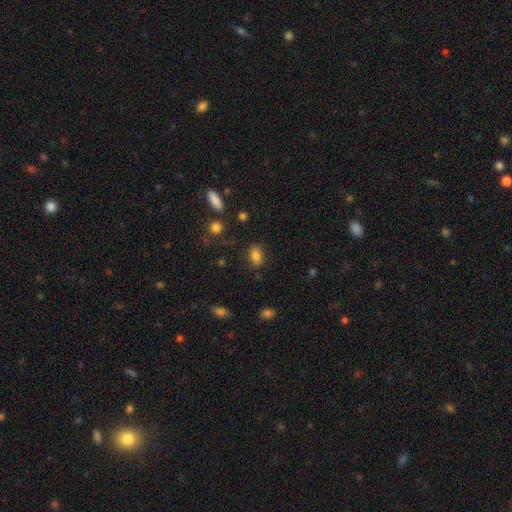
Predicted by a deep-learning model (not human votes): Smooth or featured?
  - smooth: 82% *
  - star or artifact: 11%
  - featured or disk: 7%
How rounded?
  - in between: 82% *
  - round: 15%
  - cigar-shaped: 2%
Merging?
  - none: 79% *
  - minor disturbance: 15%
  - major disturbance: 4%
  - merger: 2%